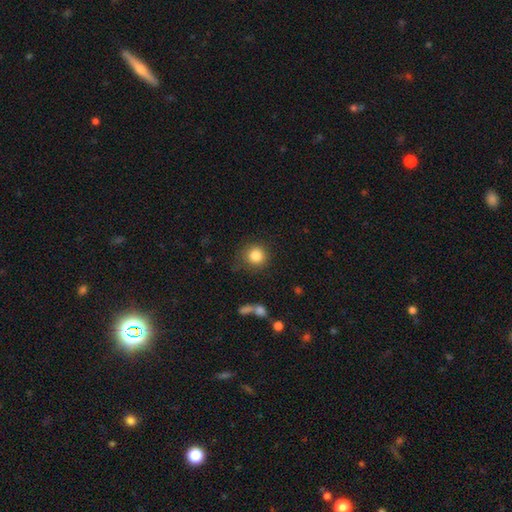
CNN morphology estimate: Smooth or featured? Predicted: smooth (p=0.85). How rounded? Predicted: round (p=0.91). Merging? Predicted: none (p=0.80).